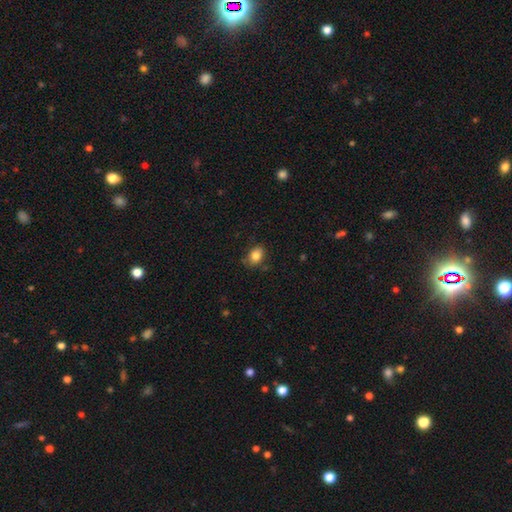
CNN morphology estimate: smooth-or-featured: smooth: 83% | star or artifact: 9% | featured or disk: 7%
  how-rounded: in between: 70% | round: 29% | cigar-shaped: 1%
  merging: none: 74% | minor disturbance: 20% | major disturbance: 4% | merger: 2%